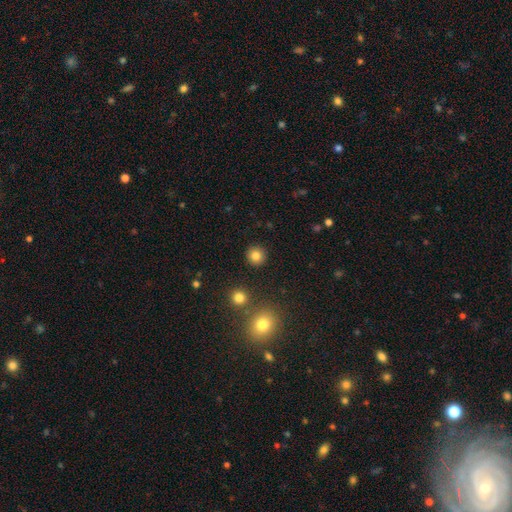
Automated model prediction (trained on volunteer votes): This is clearly a smooth galaxy (83%). How rounded: clearly round (94%). Merging: clearly none (92%).